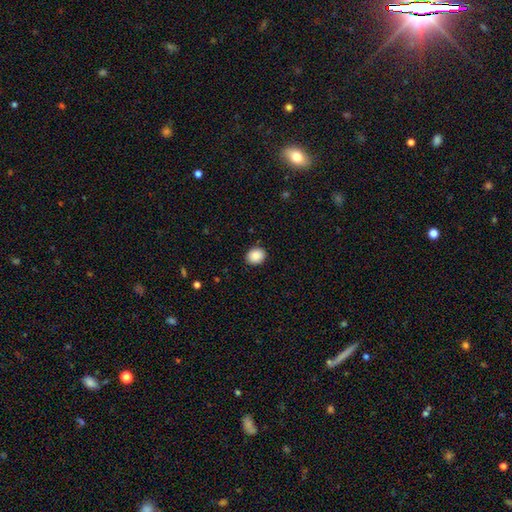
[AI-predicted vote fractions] Morphology: type=smooth (88%); roundness=round (60%); merging=none (89%).